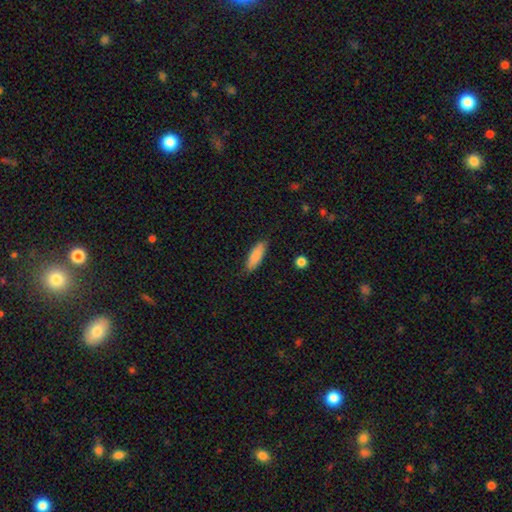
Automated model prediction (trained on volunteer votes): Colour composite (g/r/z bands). It shows a smooth galaxy with no disk features (85%) that is in between round and cigar-shaped (51%). Merging: none (85%).